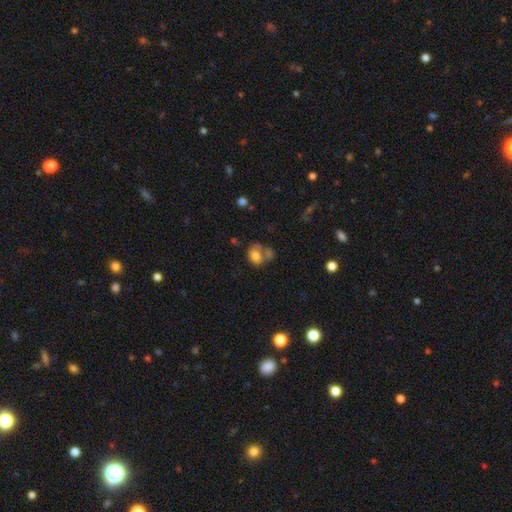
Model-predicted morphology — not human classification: Smooth or featured? smooth (74%)
How rounded? in between (59%)
Merging? merger (41%)